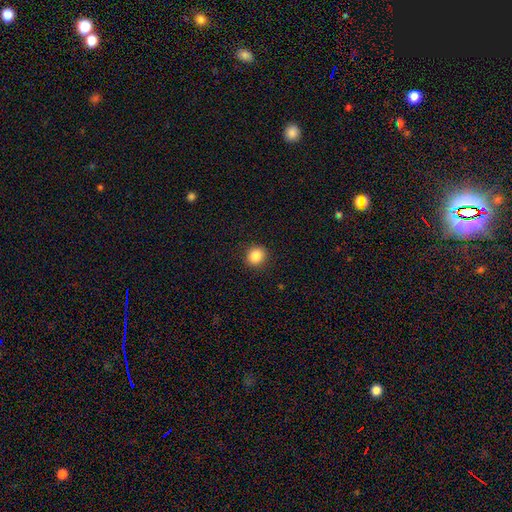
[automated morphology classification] Smooth or featured?
  - smooth: 85% *
  - star or artifact: 10%
  - featured or disk: 5%
How rounded?
  - round: 82% *
  - in between: 17%
  - cigar-shaped: 1%
Merging?
  - none: 91% *
  - minor disturbance: 6%
  - major disturbance: 2%
  - merger: 1%